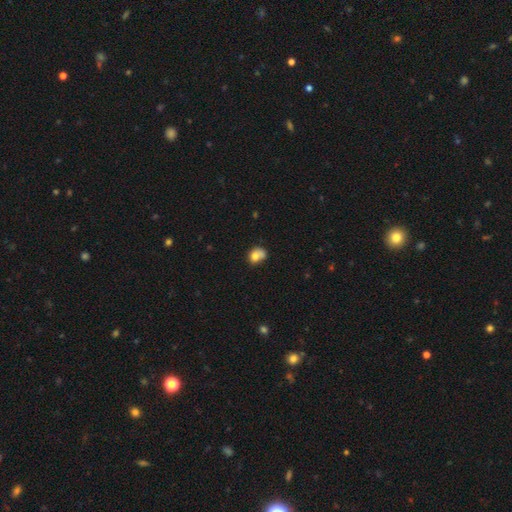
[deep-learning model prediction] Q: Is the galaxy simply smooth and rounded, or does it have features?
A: smooth — 74%.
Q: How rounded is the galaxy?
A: round — 54%.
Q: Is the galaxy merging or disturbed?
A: none — 36%.